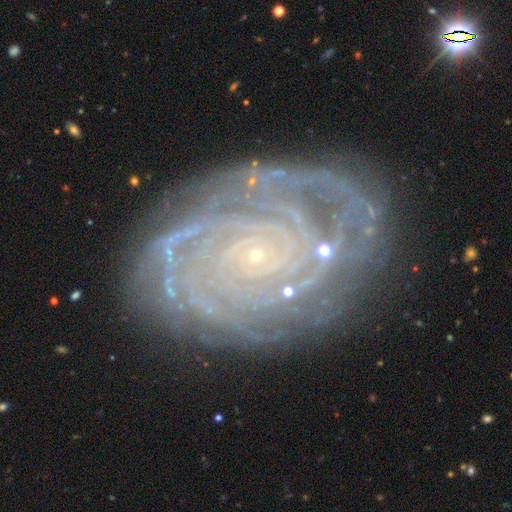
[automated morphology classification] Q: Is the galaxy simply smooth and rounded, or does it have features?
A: featured or disk — 86%.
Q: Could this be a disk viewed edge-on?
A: no — 97%.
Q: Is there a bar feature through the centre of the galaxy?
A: no — 80%.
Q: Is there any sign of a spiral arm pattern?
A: yes — 97%.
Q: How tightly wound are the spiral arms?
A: tight — 83%.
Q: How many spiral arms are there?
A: can't tell — 26%.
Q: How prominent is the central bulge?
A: small — 90%.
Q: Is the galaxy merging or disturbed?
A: none — 78%.